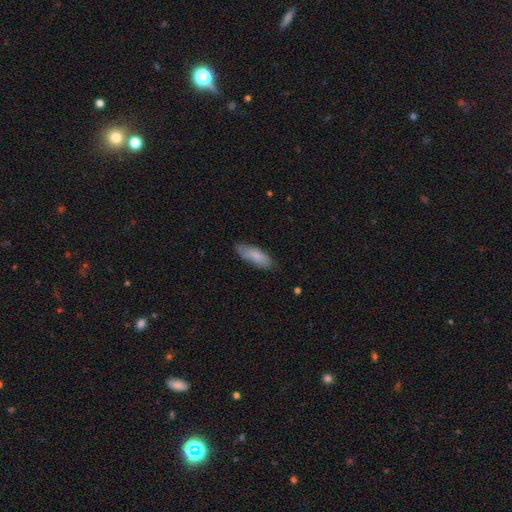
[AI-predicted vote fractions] smooth 80%, featured or disk 15%, star or artifact 6%. Down the decision tree: how rounded — in between (68%); merging — none (76%).